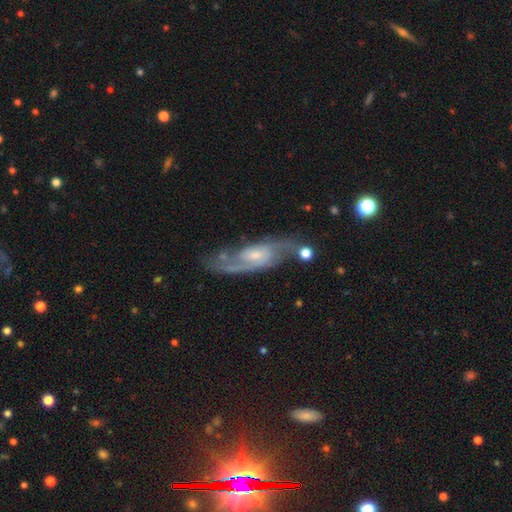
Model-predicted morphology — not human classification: A featured or disk galaxy (87%) with a weak bar (47%), 2 (85%) medium (52%) spiral arms (96%) and a small central bulge (49%). Merging: none (68%).